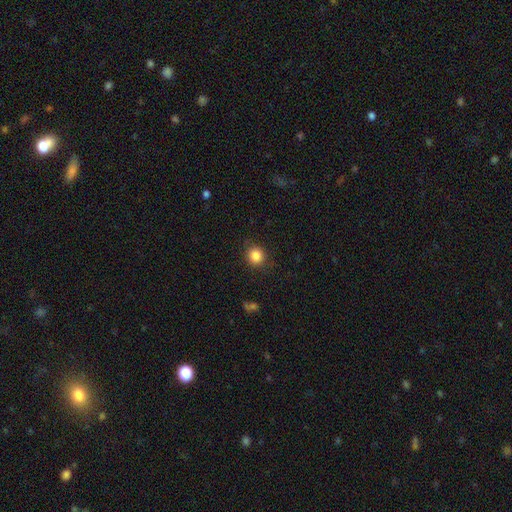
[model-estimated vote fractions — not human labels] Morphology: type=smooth (85%); roundness=round (89%); merging=none (87%).